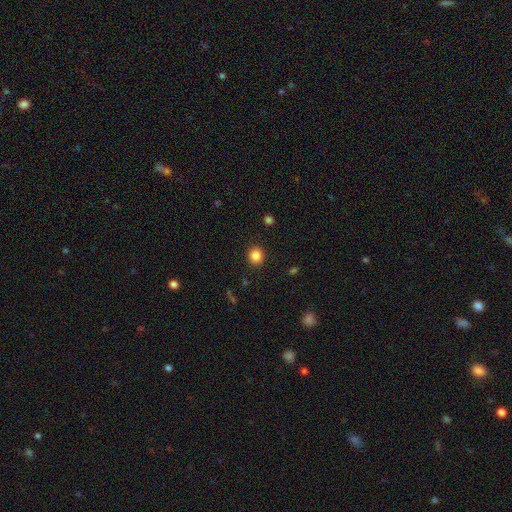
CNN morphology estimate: Smooth or featured? Predicted: smooth (p=0.85). How rounded? Predicted: round (p=0.81). Merging? Predicted: none (p=0.91).